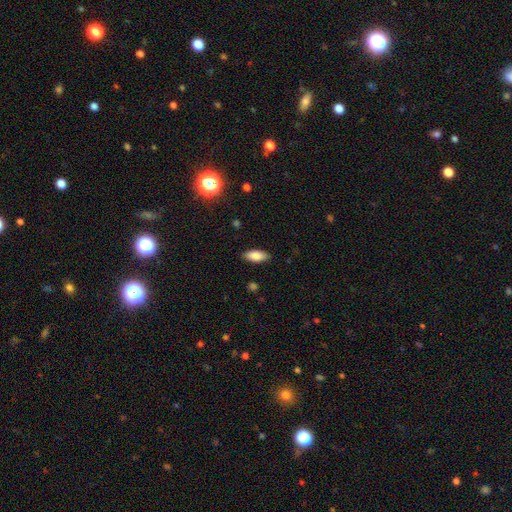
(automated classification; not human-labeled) smooth 83%, featured or disk 10%, star or artifact 7%. Down the decision tree: how rounded — in between (86%); merging — none (87%).